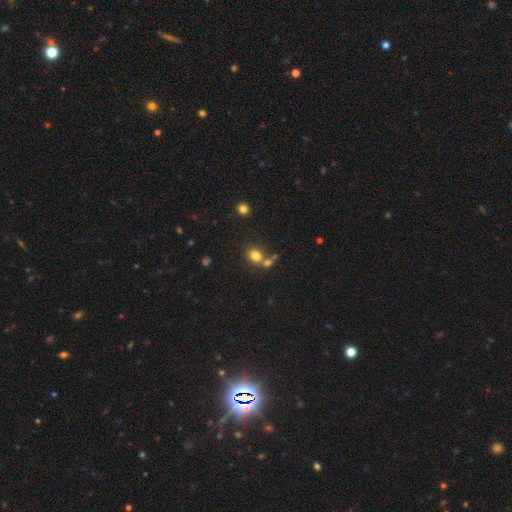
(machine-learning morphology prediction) Smooth or featured: smooth — 78% (star or artifact — 13%)
How rounded: round — 59% (in between — 40%)
Merging: none — 55% (merger — 31%)